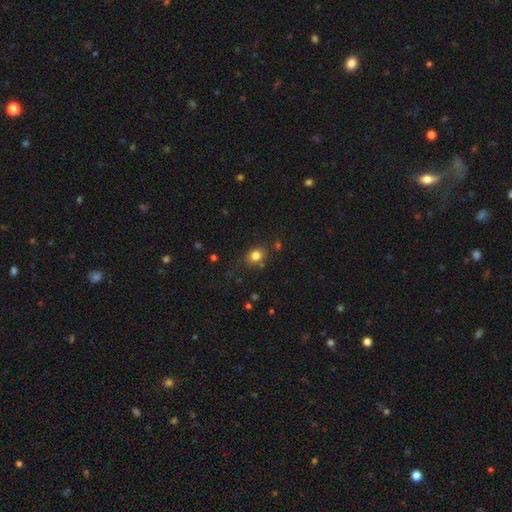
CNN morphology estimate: smooth 82%, star or artifact 12%, featured or disk 6%. Down the decision tree: how rounded — round (57%); merging — none (78%).